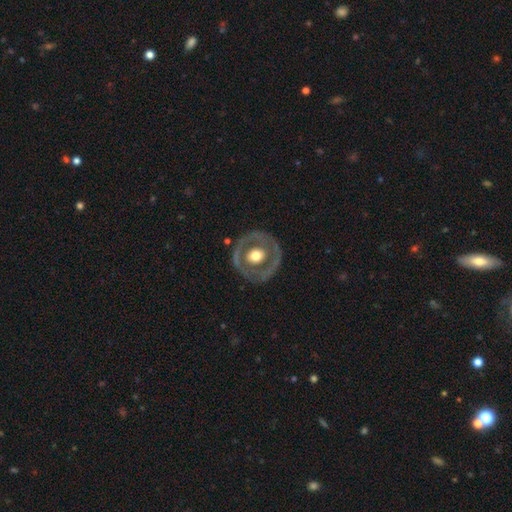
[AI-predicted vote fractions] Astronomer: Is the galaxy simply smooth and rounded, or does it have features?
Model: featured or disk — 59% (runner-up: smooth, 36%).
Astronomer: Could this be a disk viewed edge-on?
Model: no — 95%.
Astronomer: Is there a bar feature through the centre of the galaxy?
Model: no — 84%.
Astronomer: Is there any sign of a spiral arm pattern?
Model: no — 87%.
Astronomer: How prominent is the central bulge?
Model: moderate — 57% (runner-up: large, 35%).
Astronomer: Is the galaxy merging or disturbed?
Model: none — 81%.